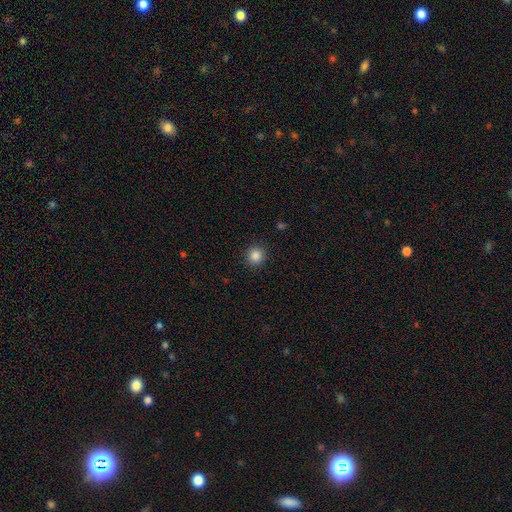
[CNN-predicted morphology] Smooth or featured? smooth (86%)
How rounded? round (93%)
Merging? none (91%)